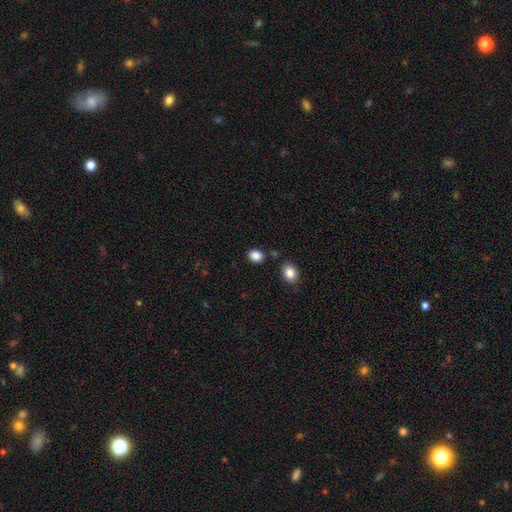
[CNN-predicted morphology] Smooth or featured? smooth (86%)
How rounded? round (56%)
Merging? none (81%)